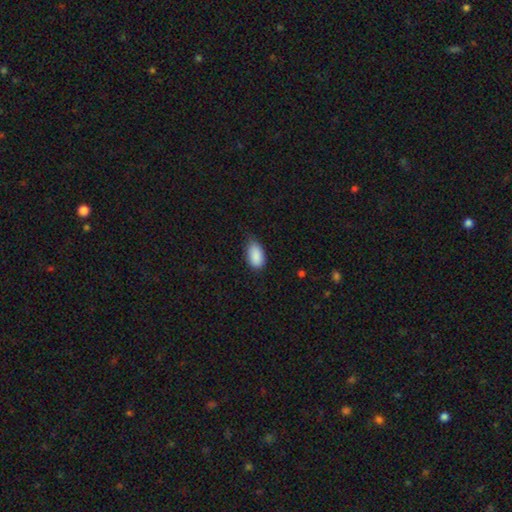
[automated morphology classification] A smooth galaxy with no disk features (89%) that is in between round and cigar-shaped (94%).

Vote fractions:
- Smooth or featured? smooth: 89% / star or artifact: 7% / featured or disk: 4%
- How rounded? in between: 94% / round: 4% / cigar-shaped: 2%
- Merging? none: 61% / minor disturbance: 32% / major disturbance: 5% / merger: 1%